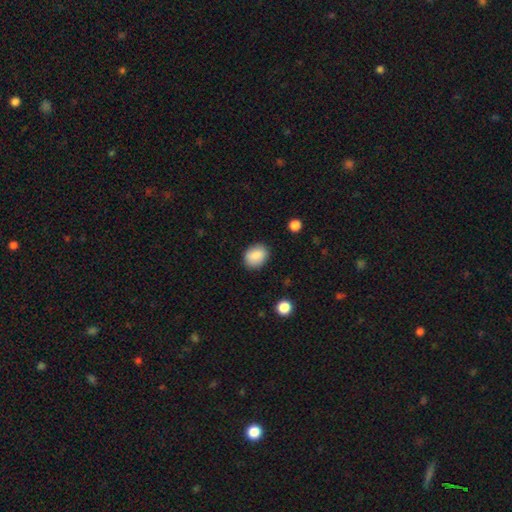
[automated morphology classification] Q: Smooth or featured?
A: smooth (87%); runner-up: star or artifact (8%)
Q: How rounded?
A: in between (54%); runner-up: round (45%)
Q: Merging?
A: none (86%); runner-up: minor disturbance (10%)